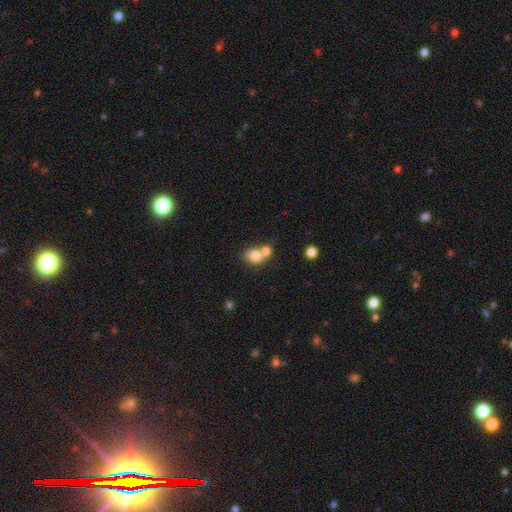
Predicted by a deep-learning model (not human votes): Q: Smooth or featured?
A: smooth (78%); runner-up: featured or disk (12%)
Q: How rounded?
A: round (62%); runner-up: in between (37%)
Q: Merging?
A: merger (53%); runner-up: none (36%)